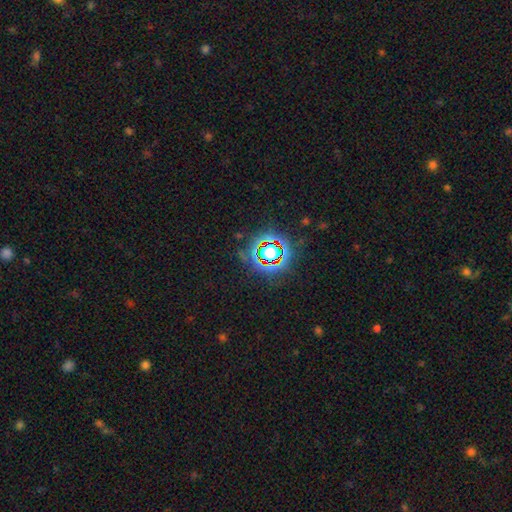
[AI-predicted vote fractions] Smooth or featured? Predicted: star or artifact (p=0.79).